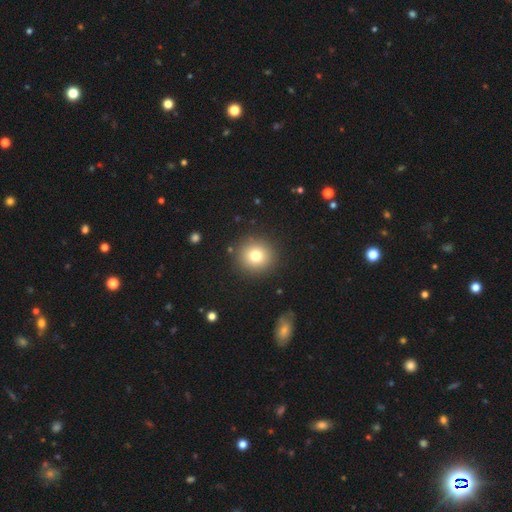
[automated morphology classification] Overall: smooth (76%). How rounded: round (93%). Merging: none (90%).